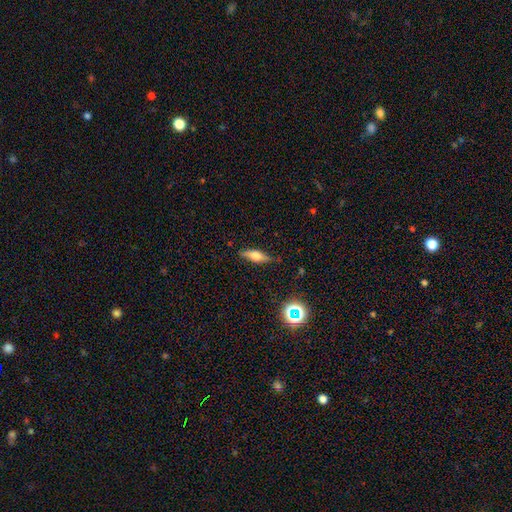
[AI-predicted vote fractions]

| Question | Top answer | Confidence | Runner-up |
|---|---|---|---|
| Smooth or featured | featured or disk | 48% | smooth (43%) |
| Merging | none | 83% | minor disturbance (13%) |